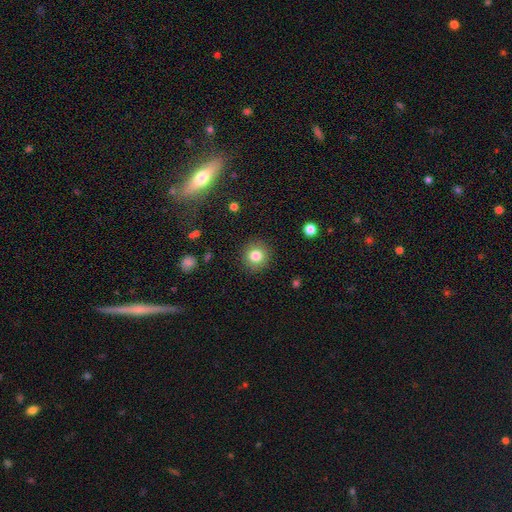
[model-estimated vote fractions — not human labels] A smooth galaxy with no disk features (82%) that is round (91%).

Vote fractions:
- Smooth or featured? smooth: 82% / star or artifact: 11% / featured or disk: 7%
- How rounded? round: 91% / in between: 8% / cigar-shaped: 1%
- Merging? none: 90% / minor disturbance: 7% / major disturbance: 2% / merger: 1%